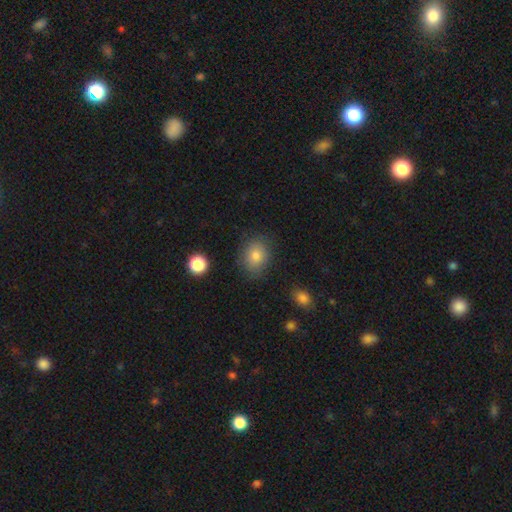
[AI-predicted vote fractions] Smooth or featured?
  - smooth: 81% *
  - star or artifact: 10%
  - featured or disk: 10%
How rounded?
  - round: 51% *
  - in between: 48%
  - cigar-shaped: 1%
Merging?
  - none: 81% *
  - minor disturbance: 14%
  - major disturbance: 4%
  - merger: 2%